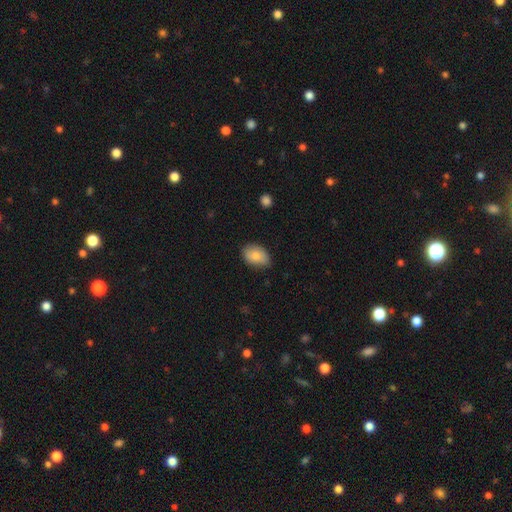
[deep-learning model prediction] Smooth or featured?
  - smooth: 80% *
  - featured or disk: 13%
  - star or artifact: 7%
How rounded?
  - in between: 84% *
  - round: 15%
  - cigar-shaped: 1%
Merging?
  - none: 76% *
  - minor disturbance: 20%
  - major disturbance: 3%
  - merger: 1%